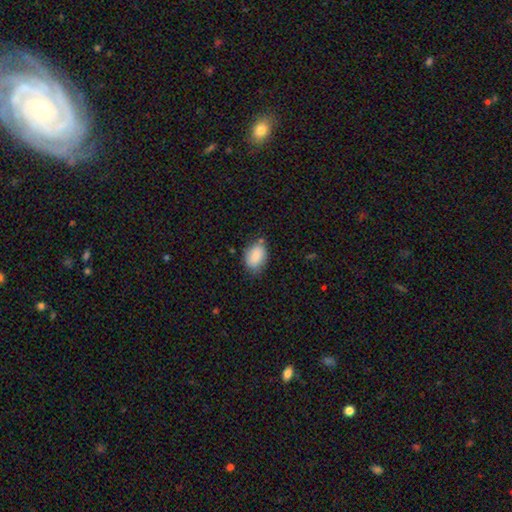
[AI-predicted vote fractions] A smooth galaxy with no disk features (87%) that is in between round and cigar-shaped (82%). Merging: none (65%).